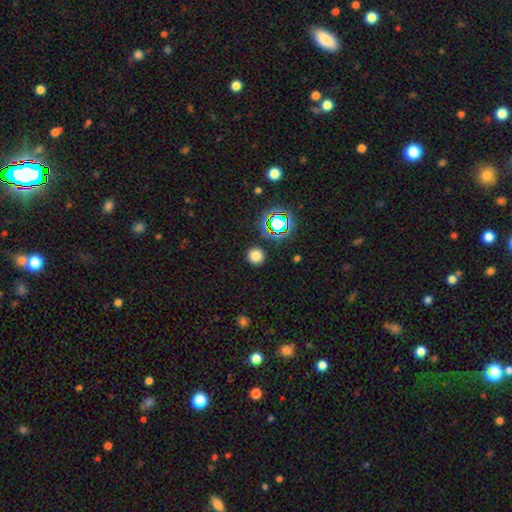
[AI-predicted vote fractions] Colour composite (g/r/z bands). It shows a smooth galaxy with no disk features (76%) that is round (94%). Merging: none (90%).